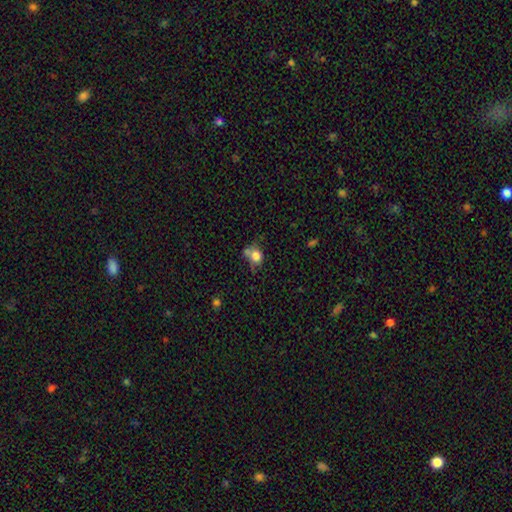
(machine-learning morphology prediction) Smooth or featured? smooth (77%)
How rounded? round (63%)
Merging? none (39%)